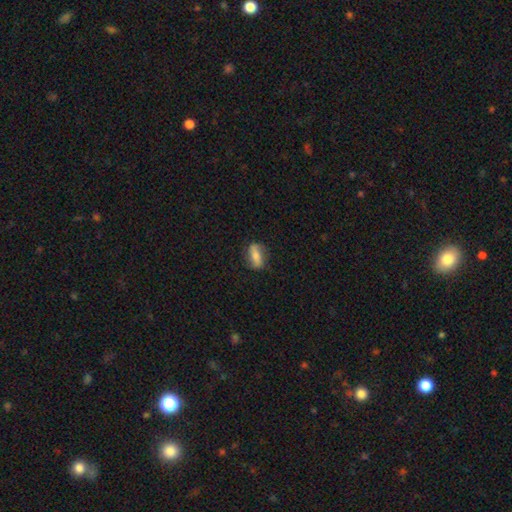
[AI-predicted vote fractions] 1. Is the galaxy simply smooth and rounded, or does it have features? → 49% smooth, 43% featured or disk, 7% star or artifact.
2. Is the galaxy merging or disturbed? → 77% none, 16% minor disturbance, 5% major disturbance, 1% merger.